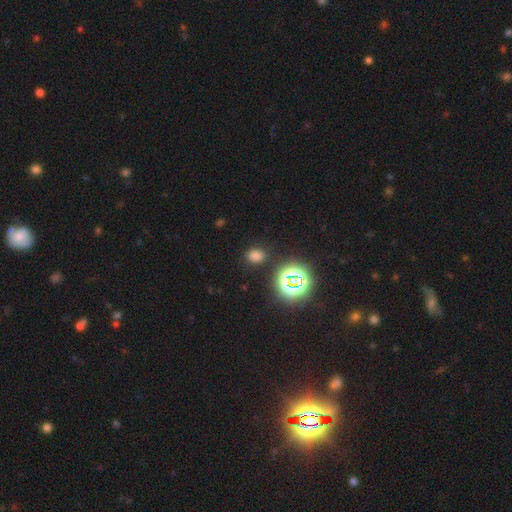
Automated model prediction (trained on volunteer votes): smooth_or_featured: smooth (p=0.67) [alt: star or artifact p=0.26]
how_rounded: in between (p=0.52) [alt: round p=0.47]
merging: none (p=0.83) [alt: minor disturbance p=0.11]